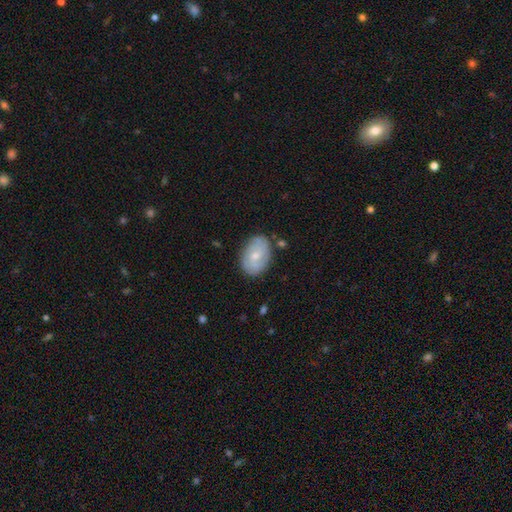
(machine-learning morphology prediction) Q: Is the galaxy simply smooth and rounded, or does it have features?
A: smooth — 49%.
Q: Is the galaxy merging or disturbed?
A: none — 76%.